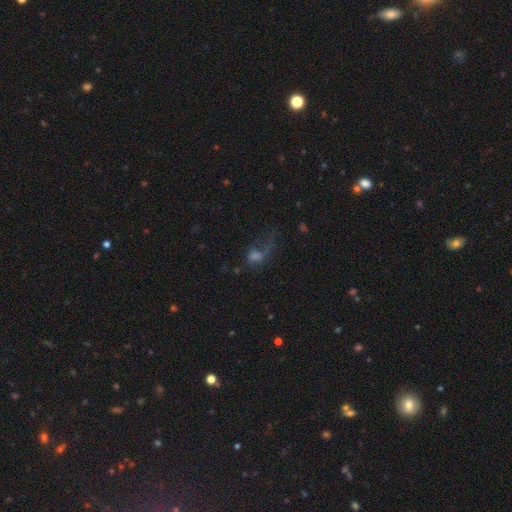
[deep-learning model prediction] Overall: smooth (45%; featured or disk 30%). Merging: major disturbance (51%; none 27%).